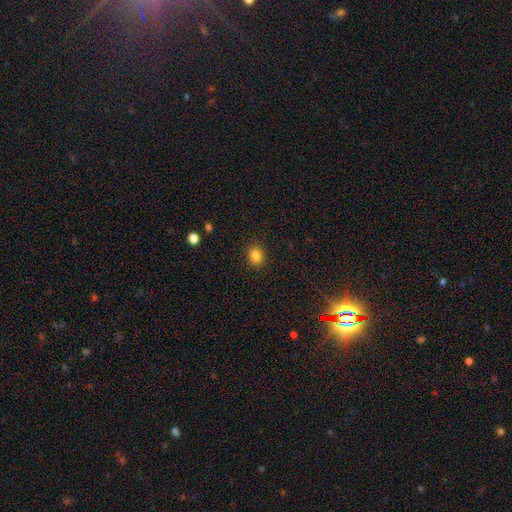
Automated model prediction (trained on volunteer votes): This appears to be a smooth galaxy with no disk features (84%) that is round (52%). Merging: none (89%).